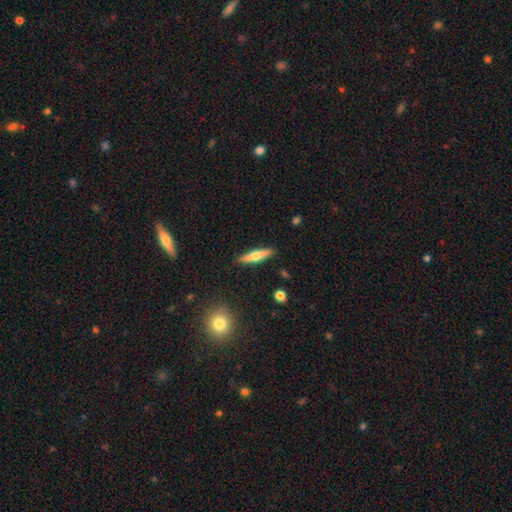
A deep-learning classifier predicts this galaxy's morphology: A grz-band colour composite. It shows a featured or disk galaxy (47%, tied with smooth). Merging: none (90%).